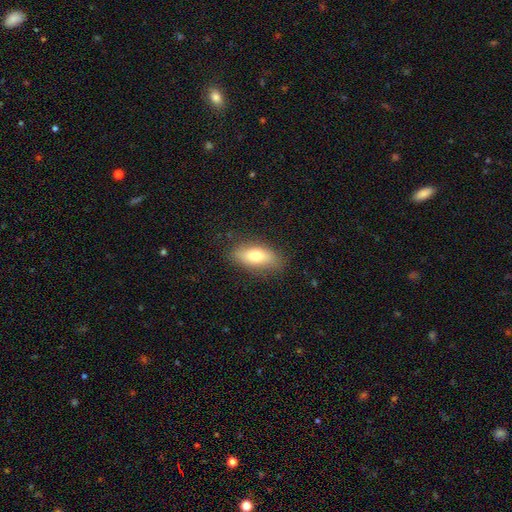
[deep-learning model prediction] Smooth or featured? smooth (73%)
How rounded? in between (77%)
Merging? none (82%)